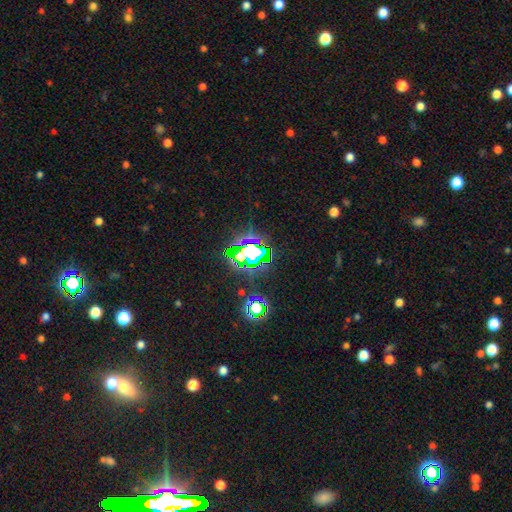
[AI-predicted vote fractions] A star or artifact, not a galaxy (63%).